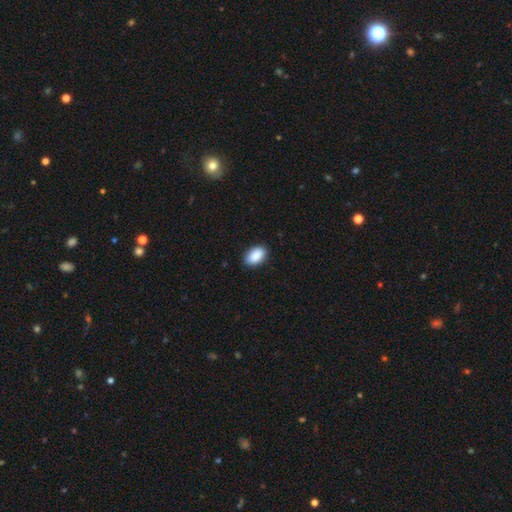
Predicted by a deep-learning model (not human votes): A smooth galaxy with no disk features (90%) that is in between round and cigar-shaped (92%).

Vote fractions:
- Smooth or featured? smooth: 90% / star or artifact: 7% / featured or disk: 3%
- How rounded? in between: 92% / round: 7% / cigar-shaped: 1%
- Merging? none: 89% / minor disturbance: 9% / major disturbance: 2% / merger: 1%